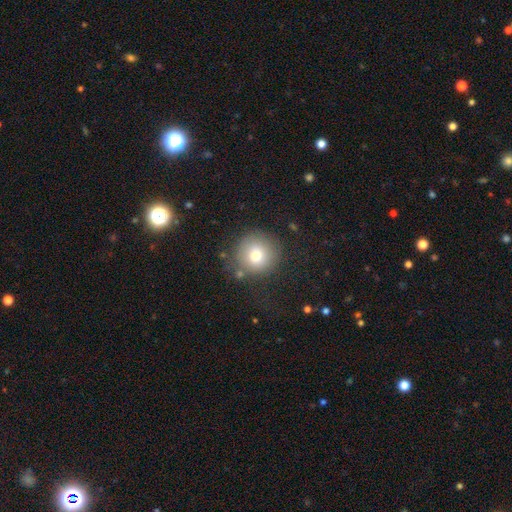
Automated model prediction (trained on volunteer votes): smooth_or_featured: smooth (p=0.74) [alt: featured or disk p=0.13]
how_rounded: round (p=0.95) [alt: in between p=0.05]
merging: none (p=0.79) [alt: minor disturbance p=0.12]